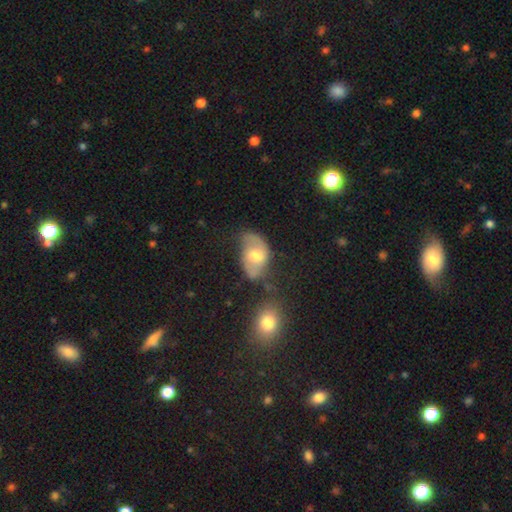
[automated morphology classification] This appears to be a featured or disk galaxy (51%). Merging: none (46%).